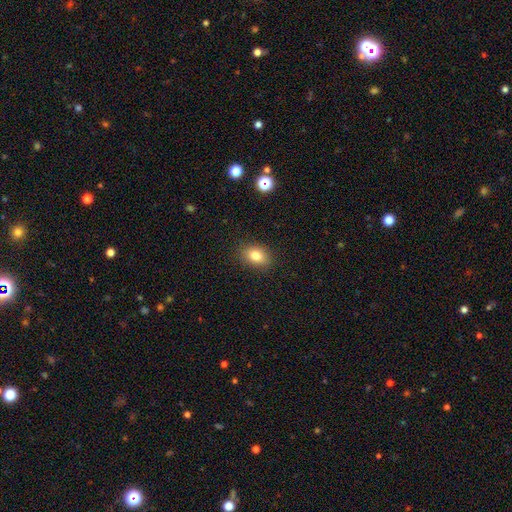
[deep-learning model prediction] Morphology: type=smooth (80%); roundness=in between (67%); merging=none (88%).